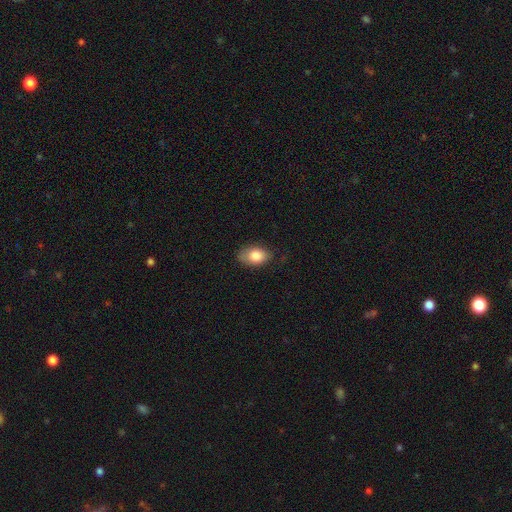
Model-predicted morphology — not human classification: Smooth or featured? Predicted: smooth (p=0.83). How rounded? Predicted: in between (p=0.87). Merging? Predicted: none (p=0.71).